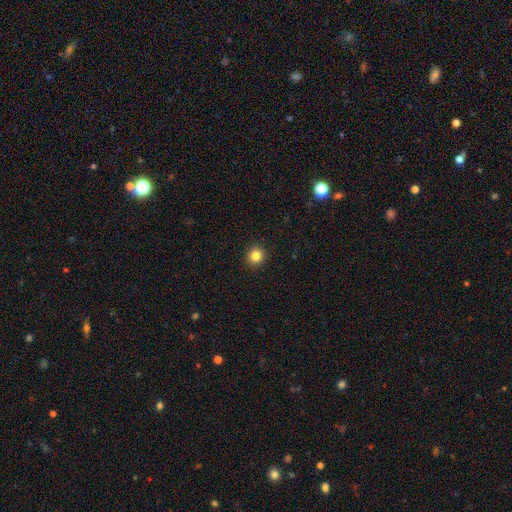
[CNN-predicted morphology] Smooth or featured: smooth — 84% (star or artifact — 11%)
How rounded: round — 92% (in between — 7%)
Merging: none — 93% (minor disturbance — 4%)